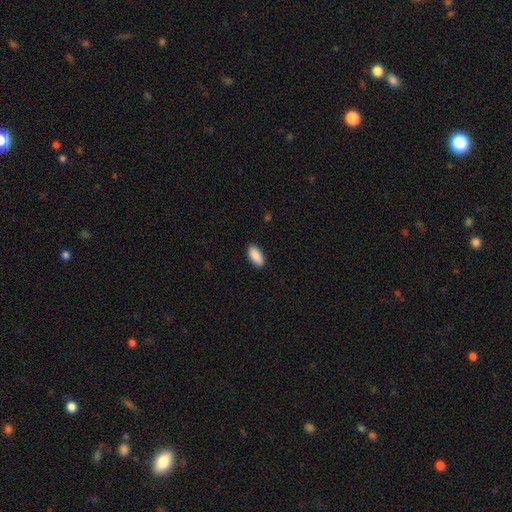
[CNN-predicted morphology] smooth-or-featured: smooth: 90% | star or artifact: 6% | featured or disk: 4%
  how-rounded: in between: 92% | cigar-shaped: 6% | round: 2%
  merging: none: 90% | minor disturbance: 8% | major disturbance: 2% | merger: 1%